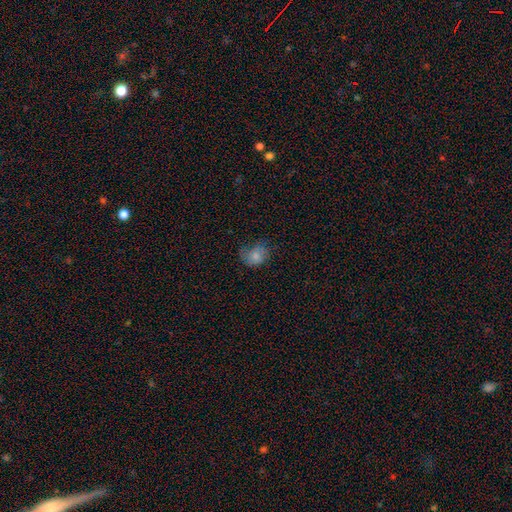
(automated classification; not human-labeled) This is likely a smooth galaxy (75%). How rounded: possibly round (52%). Merging: possibly none (48%).